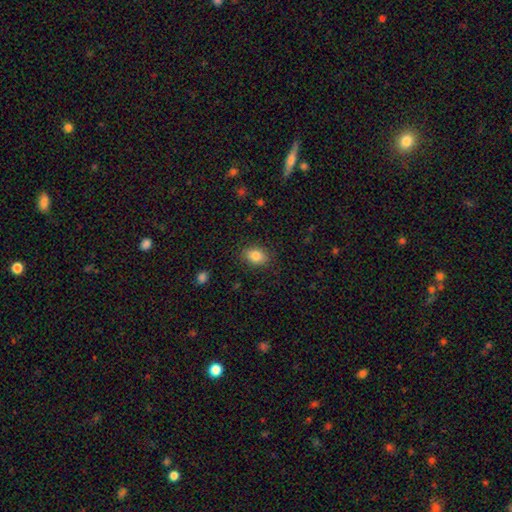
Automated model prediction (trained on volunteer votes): A smooth galaxy with no disk features (84%) that is in between round and cigar-shaped (78%). Merging: none (86%).